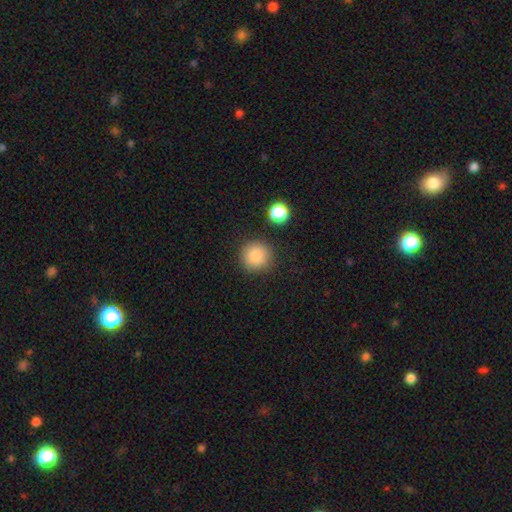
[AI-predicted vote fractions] Smooth or featured: smooth — 86% (star or artifact — 10%)
How rounded: round — 94% (in between — 5%)
Merging: none — 87% (minor disturbance — 7%)